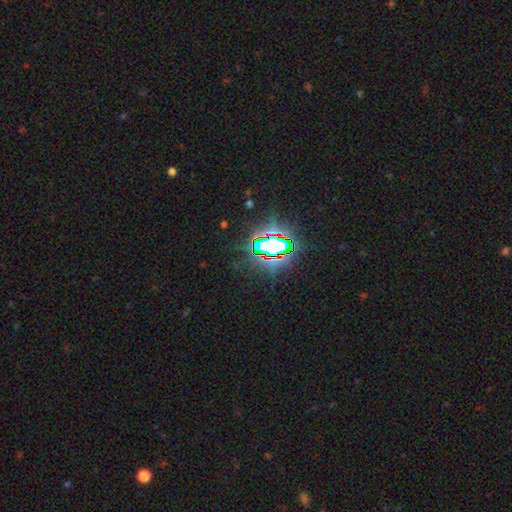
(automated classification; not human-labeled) This is clearly a star or artifact rather than a galaxy (82%).